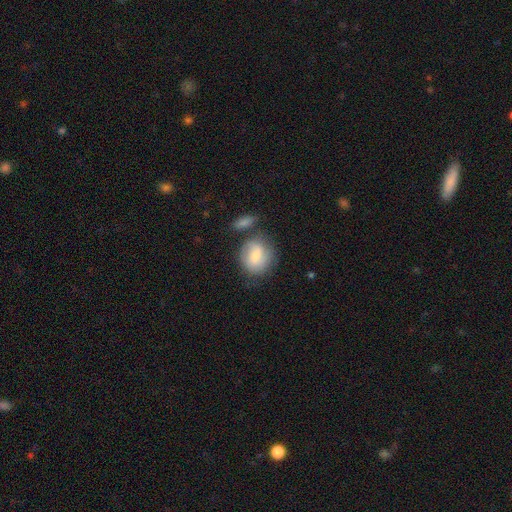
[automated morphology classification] smooth_or_featured: smooth (p=0.66) [alt: featured or disk p=0.27]
how_rounded: round (p=0.73) [alt: in between p=0.26]
merging: none (p=0.58) [alt: minor disturbance p=0.19]